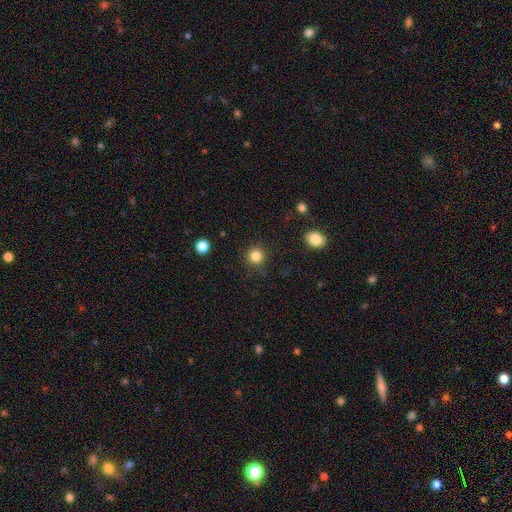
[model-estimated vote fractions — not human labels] smooth_or_featured: smooth (p=0.84) [alt: star or artifact p=0.12]
how_rounded: round (p=0.94) [alt: in between p=0.05]
merging: none (p=0.90) [alt: minor disturbance p=0.07]